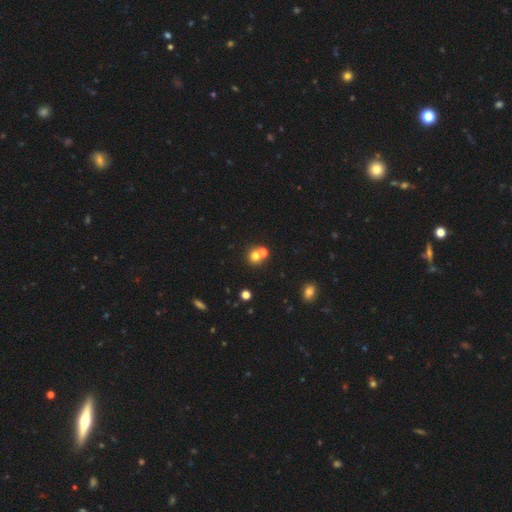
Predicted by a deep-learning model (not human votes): smooth 70%, star or artifact 17%, featured or disk 14%. Down the decision tree: how rounded — round (84%); merging — none (48%).